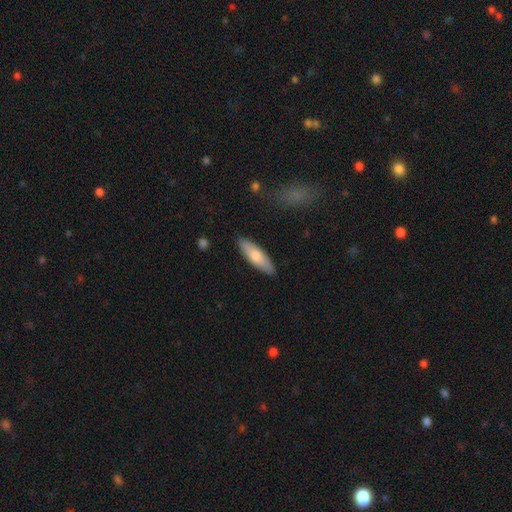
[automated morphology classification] This is likely a smooth galaxy (72%). How rounded: possibly in between (51%). Merging: clearly none (88%).